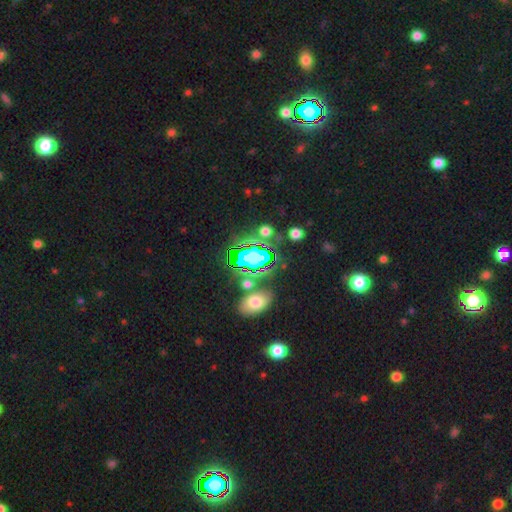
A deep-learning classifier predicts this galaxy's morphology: Smooth or featured? Predicted: star or artifact (p=0.57).